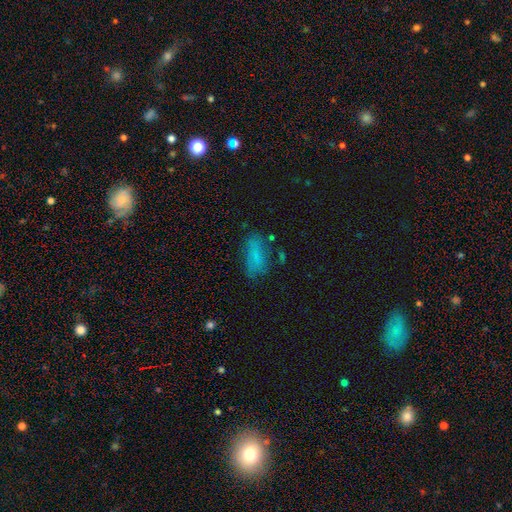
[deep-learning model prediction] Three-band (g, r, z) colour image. It shows a smooth galaxy with no disk features (70%) that is in between round and cigar-shaped (80%). Merging: none (63%).